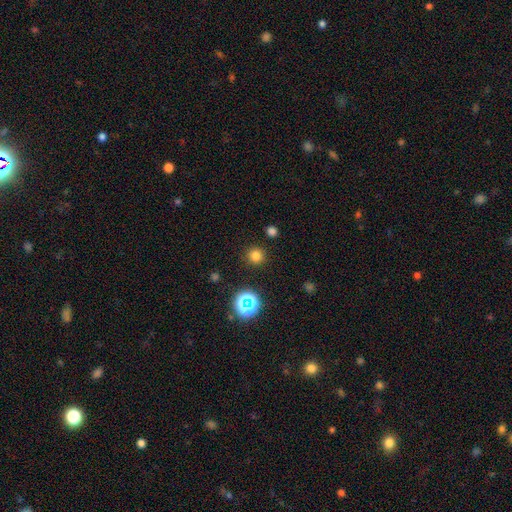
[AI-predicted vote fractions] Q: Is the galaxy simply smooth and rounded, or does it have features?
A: smooth — 77%.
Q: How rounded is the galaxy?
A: round — 94%.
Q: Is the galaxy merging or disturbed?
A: none — 90%.